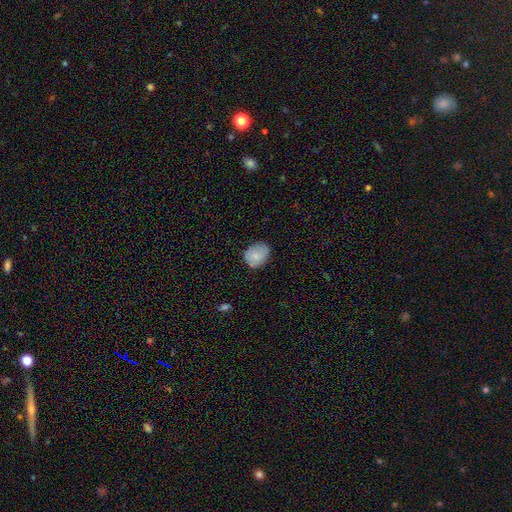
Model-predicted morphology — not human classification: smooth-or-featured: smooth: 79% | featured or disk: 13% | star or artifact: 7%
  how-rounded: in between: 55% | round: 45% | cigar-shaped: 1%
  merging: none: 71% | minor disturbance: 23% | major disturbance: 4% | merger: 1%